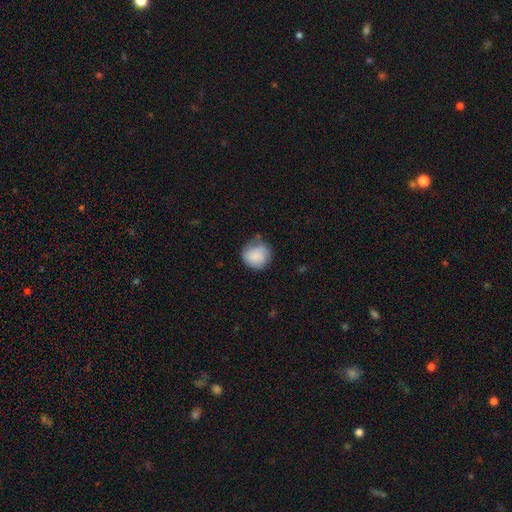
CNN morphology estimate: smooth-or-featured: smooth: 85% | featured or disk: 9% | star or artifact: 7%
  how-rounded: round: 83% | in between: 16% | cigar-shaped: 1%
  merging: none: 58% | minor disturbance: 31% | major disturbance: 8% | merger: 2%